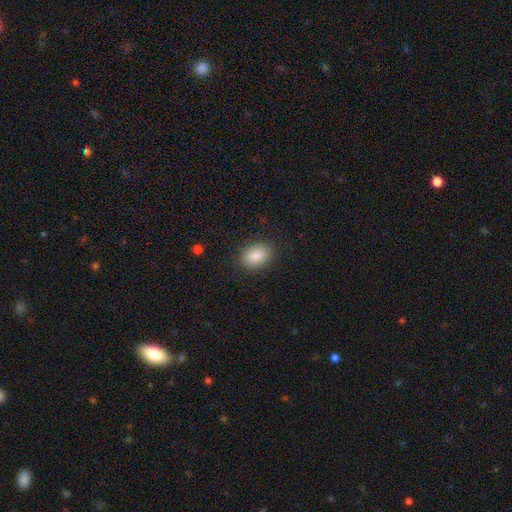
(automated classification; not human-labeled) A smooth galaxy with no disk features (87%) that is in between round and cigar-shaped (78%). Merging: none (87%).